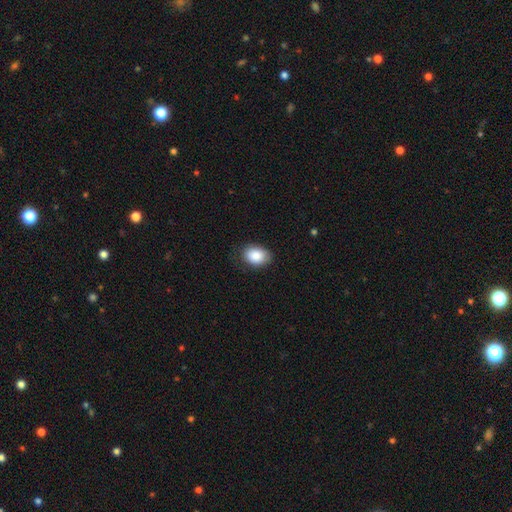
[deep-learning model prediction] The model was most divided on "how rounded": in between: 79%, round: 20%, cigar-shaped: 1%. More confident: smooth or featured — smooth (86%); merging — none (78%).